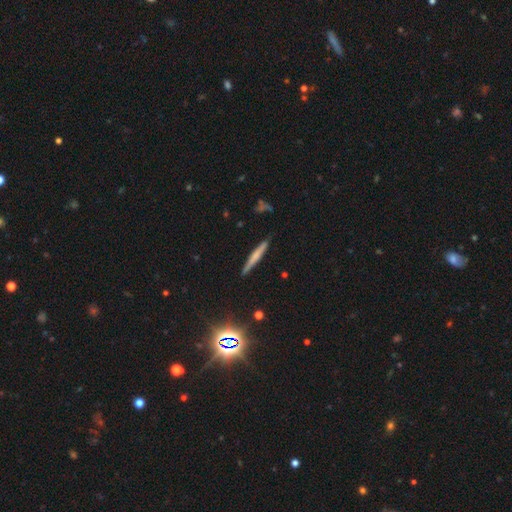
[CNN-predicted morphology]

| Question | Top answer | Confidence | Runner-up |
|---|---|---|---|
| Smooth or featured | smooth | 48% | featured or disk (44%) |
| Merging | none | 88% | minor disturbance (9%) |